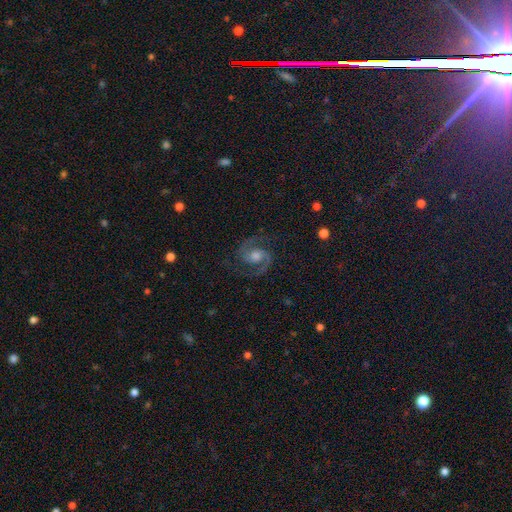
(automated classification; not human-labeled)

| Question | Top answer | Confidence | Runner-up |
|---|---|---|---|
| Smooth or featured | featured or disk | 91% | star or artifact (5%) |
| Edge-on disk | no | 98% | yes (2%) |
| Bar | no | 49% | weak (40%) |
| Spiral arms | yes | 98% | no (2%) |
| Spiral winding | medium | 66% | tight (20%) |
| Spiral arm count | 2 | 94% | can't tell (1%) |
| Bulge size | moderate | 60% | small (19%) |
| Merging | none | 82% | minor disturbance (11%) |